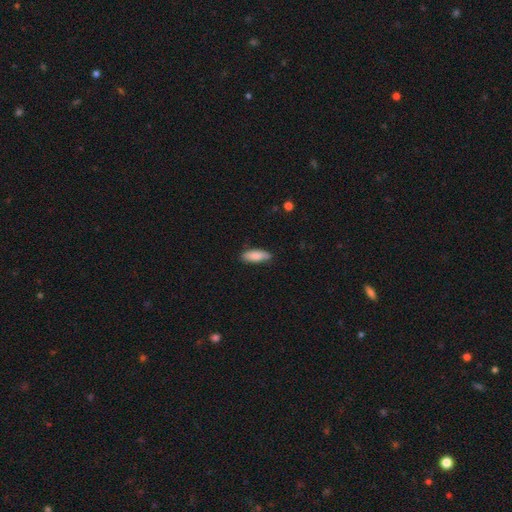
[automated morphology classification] This appears to be a smooth galaxy with no disk features (87%) that is in between round and cigar-shaped (66%). Merging: none (79%).